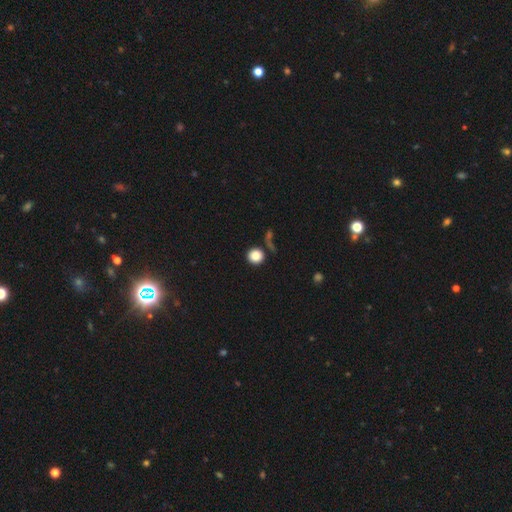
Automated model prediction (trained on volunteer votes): Morphology: type=smooth (85%); roundness=round (92%); merging=none (76%).